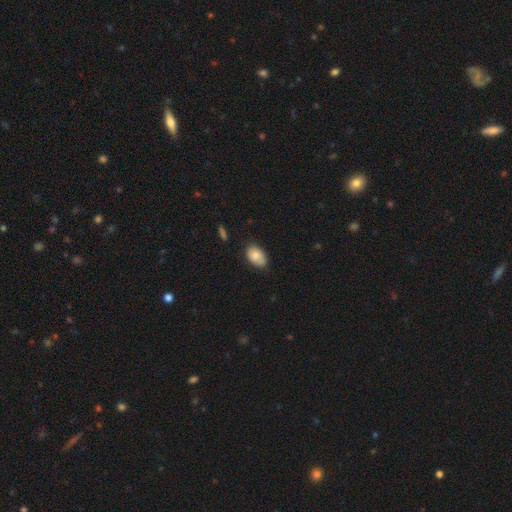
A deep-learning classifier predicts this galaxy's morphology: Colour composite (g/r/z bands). It shows a smooth galaxy with no disk features (83%) that is in between round and cigar-shaped (87%). Merging: none (67%).